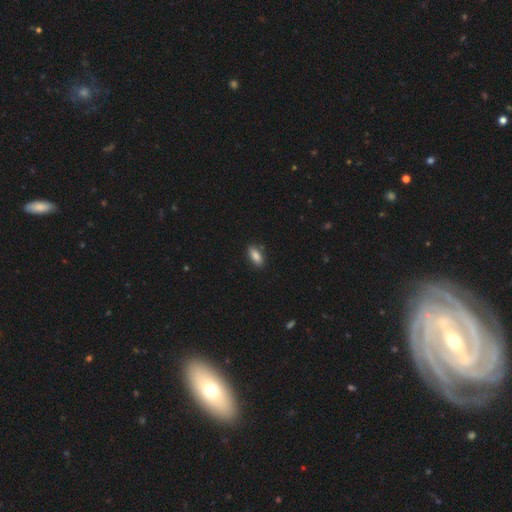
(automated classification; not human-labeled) This is clearly a smooth galaxy (87%). How rounded: clearly in between (87%). Merging: clearly none (85%).